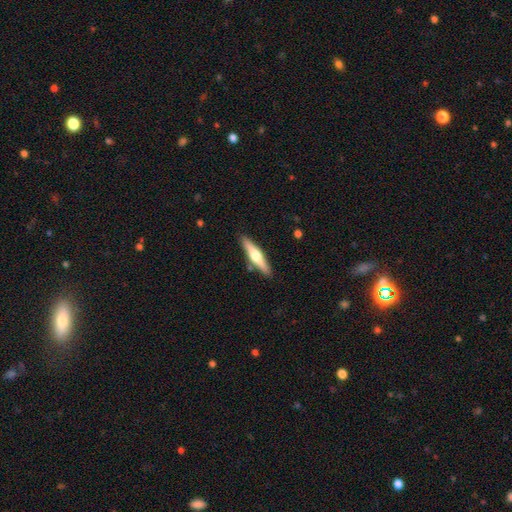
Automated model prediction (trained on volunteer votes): This is possibly a featured or disk galaxy (53%). It is clearly viewed edge-on (95%). Edge-on bulge: clearly rounded (91%). Merging: clearly none (87%).